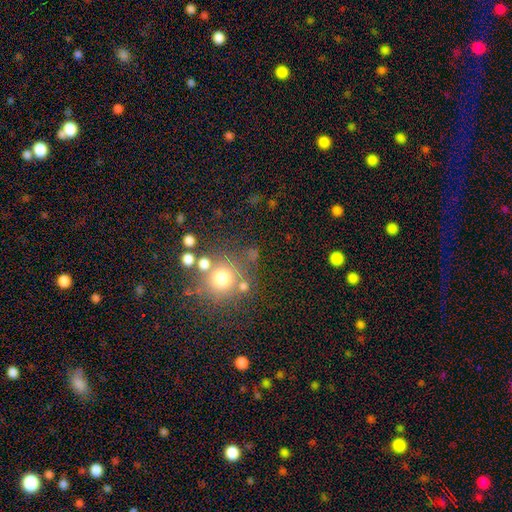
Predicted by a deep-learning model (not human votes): This appears to be a star or artifact, not a galaxy (45%).